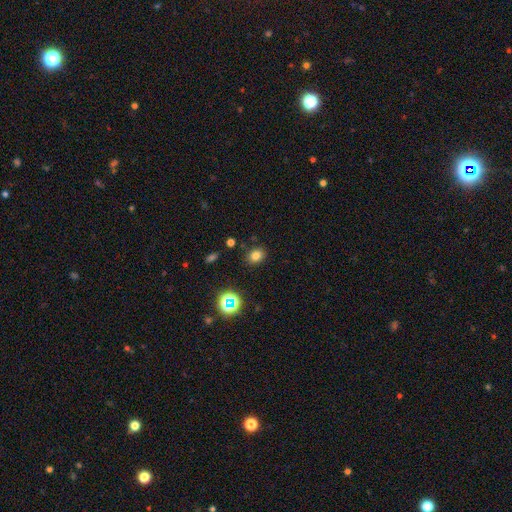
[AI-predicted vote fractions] smooth-or-featured: smooth: 76% | star or artifact: 16% | featured or disk: 7%
  how-rounded: in between: 52% | round: 47% | cigar-shaped: 1%
  merging: none: 85% | minor disturbance: 10% | major disturbance: 3% | merger: 2%